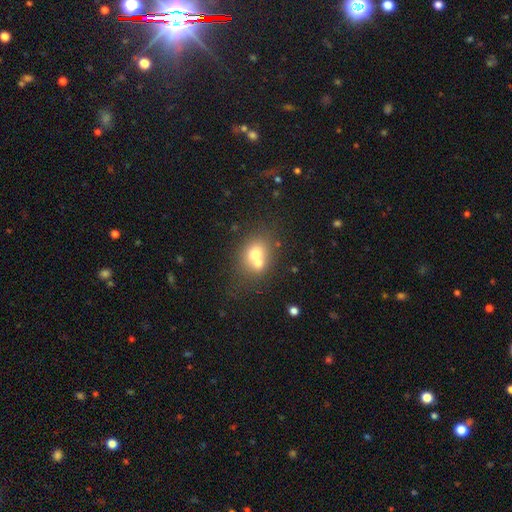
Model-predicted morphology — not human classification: type=smooth (65%); roundness=round (61%); merging=merger (55%).